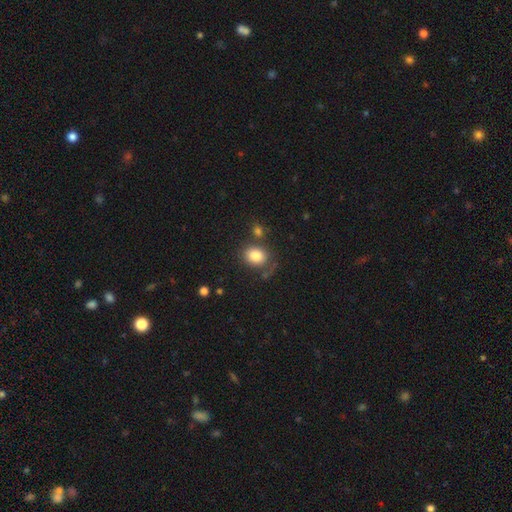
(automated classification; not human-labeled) Smooth or featured: smooth — 83% (star or artifact — 9%)
How rounded: in between — 51% (round — 48%)
Merging: none — 67% (minor disturbance — 14%)